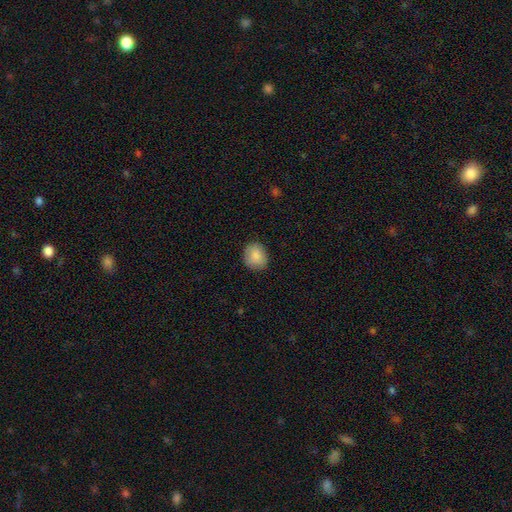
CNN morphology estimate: A smooth galaxy with no disk features (87%) that is round (74%).

Vote fractions:
- Smooth or featured? smooth: 87% / star or artifact: 7% / featured or disk: 5%
- How rounded? round: 74% / in between: 25% / cigar-shaped: 1%
- Merging? none: 86% / minor disturbance: 10% / major disturbance: 2% / merger: 1%